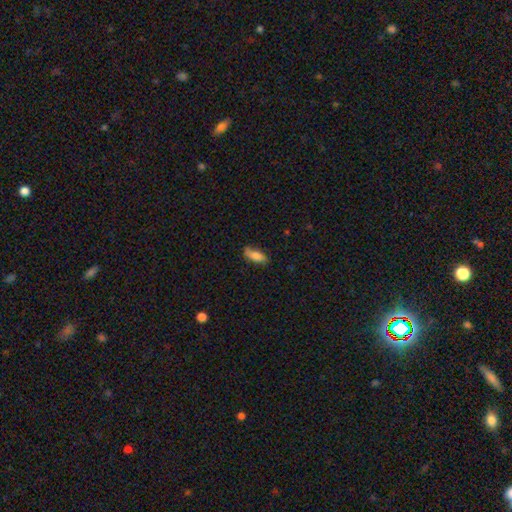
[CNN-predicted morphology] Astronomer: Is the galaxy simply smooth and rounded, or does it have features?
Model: smooth — 78%.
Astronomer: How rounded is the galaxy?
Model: in between — 73%.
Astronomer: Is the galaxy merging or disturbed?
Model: none — 64%.